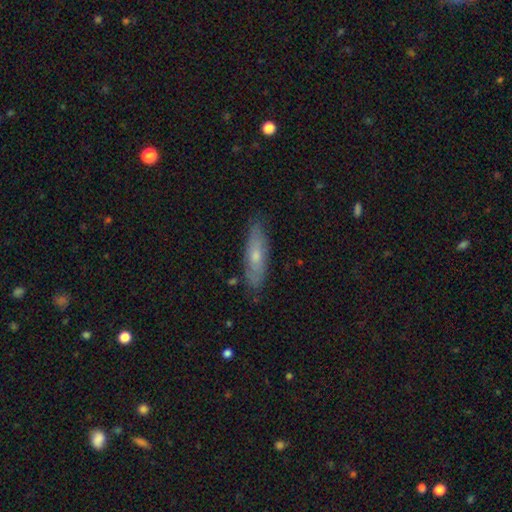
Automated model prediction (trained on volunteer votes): This appears to be a smooth galaxy with no disk features (52%) that is cigar-shaped (64%). Merging: none (81%).